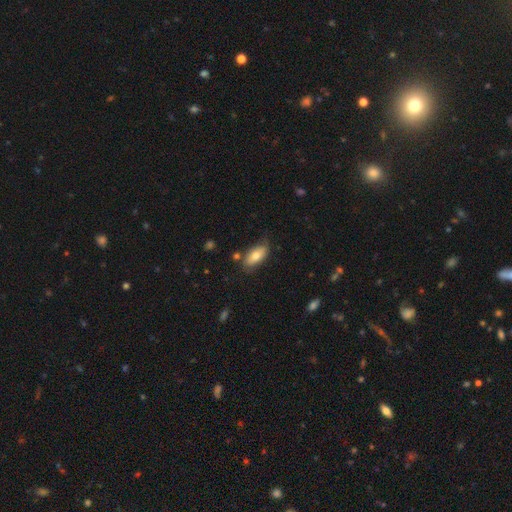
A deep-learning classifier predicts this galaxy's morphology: A smooth galaxy with no disk features (73%) that is in between round and cigar-shaped (88%).

Vote fractions:
- Smooth or featured? smooth: 73% / featured or disk: 20% / star or artifact: 7%
- How rounded? in between: 88% / cigar-shaped: 10% / round: 3%
- Merging? none: 72% / minor disturbance: 20% / major disturbance: 4% / merger: 4%